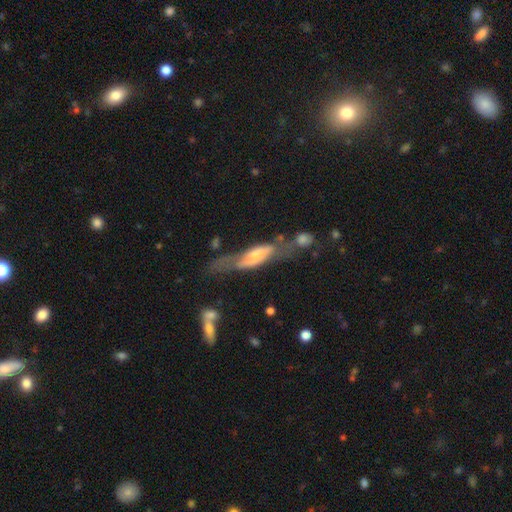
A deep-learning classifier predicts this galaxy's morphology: type=featured or disk (56%); edge-on=no (54%); merging=none (32%).